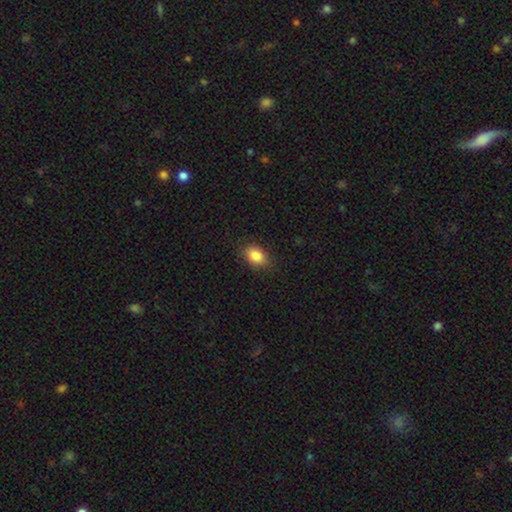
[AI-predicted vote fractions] Overall: smooth (86%). How rounded: in between (81%). Merging: none (83%).